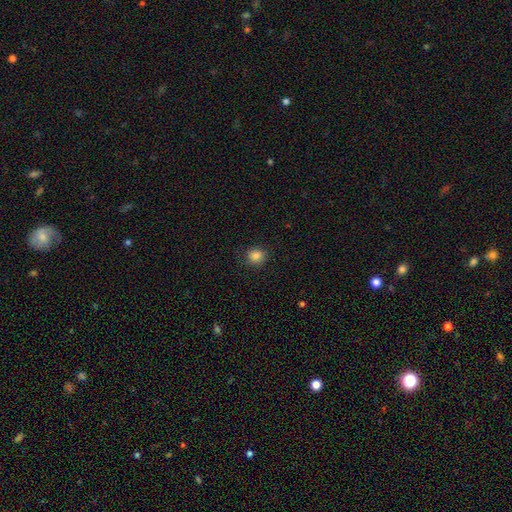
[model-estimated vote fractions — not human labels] smooth_or_featured: smooth (p=0.85) [alt: star or artifact p=0.10]
how_rounded: round (p=0.78) [alt: in between p=0.21]
merging: none (p=0.84) [alt: minor disturbance p=0.12]